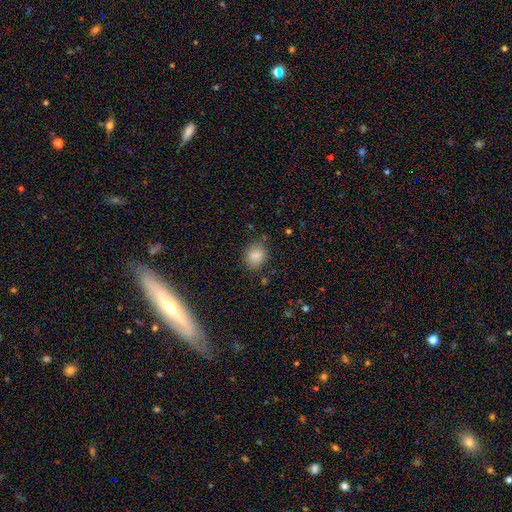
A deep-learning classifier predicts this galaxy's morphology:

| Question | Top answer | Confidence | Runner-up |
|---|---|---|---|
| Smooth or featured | smooth | 85% | star or artifact (10%) |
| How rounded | round | 64% | in between (35%) |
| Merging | none | 82% | minor disturbance (12%) |